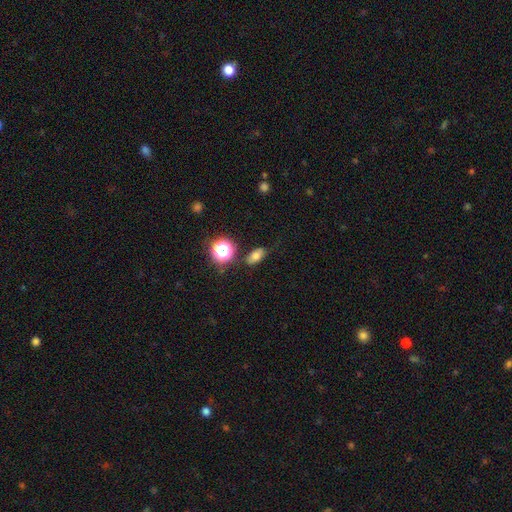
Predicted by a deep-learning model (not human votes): smooth-or-featured: smooth: 72% | star or artifact: 17% | featured or disk: 12%
  how-rounded: in between: 80% | round: 15% | cigar-shaped: 6%
  merging: none: 76% | minor disturbance: 16% | major disturbance: 4% | merger: 3%